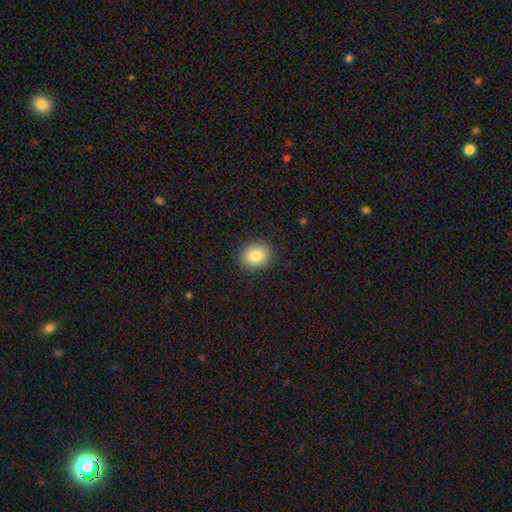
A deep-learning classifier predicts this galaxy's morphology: A smooth galaxy with no disk features (83%) that is round (61%). Merging: none (90%).